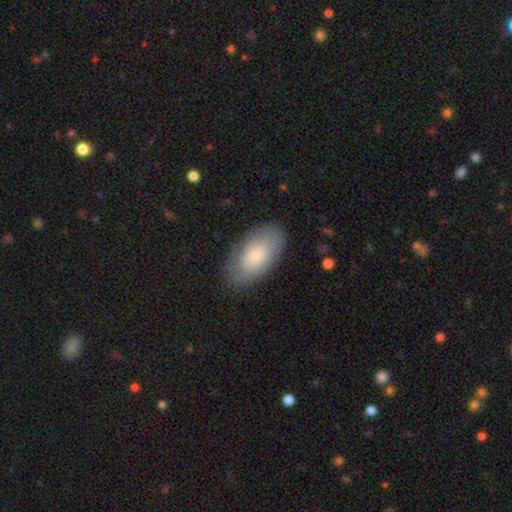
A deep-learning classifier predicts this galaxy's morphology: Smooth or featured? smooth (76%)
How rounded? in between (94%)
Merging? none (79%)